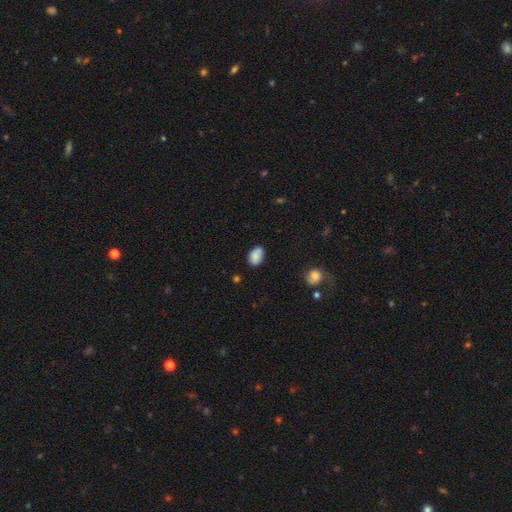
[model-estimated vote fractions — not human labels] Overall: smooth (86%). How rounded: in between (86%). Merging: none (78%).